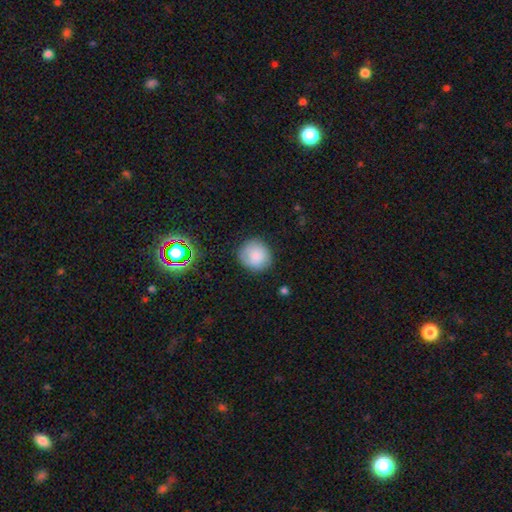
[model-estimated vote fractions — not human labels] smooth_or_featured: smooth (p=0.83) [alt: star or artifact p=0.09]
how_rounded: round (p=0.91) [alt: in between p=0.08]
merging: none (p=0.85) [alt: minor disturbance p=0.11]